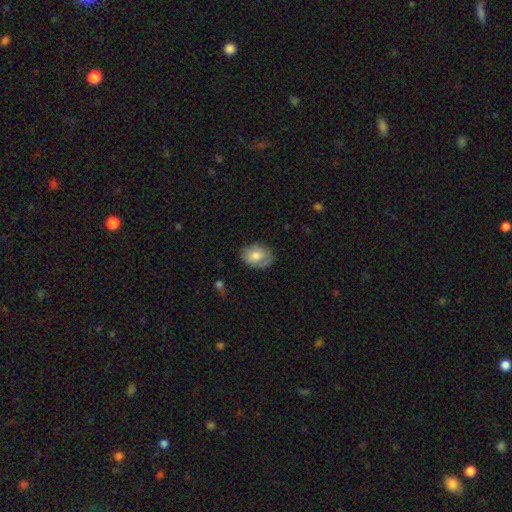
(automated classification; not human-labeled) A smooth galaxy with no disk features (70%) that is in between round and cigar-shaped (71%).

Vote fractions:
- Smooth or featured? smooth: 70% / featured or disk: 23% / star or artifact: 7%
- How rounded? in between: 71% / round: 28% / cigar-shaped: 1%
- Merging? none: 72% / minor disturbance: 21% / major disturbance: 5% / merger: 1%